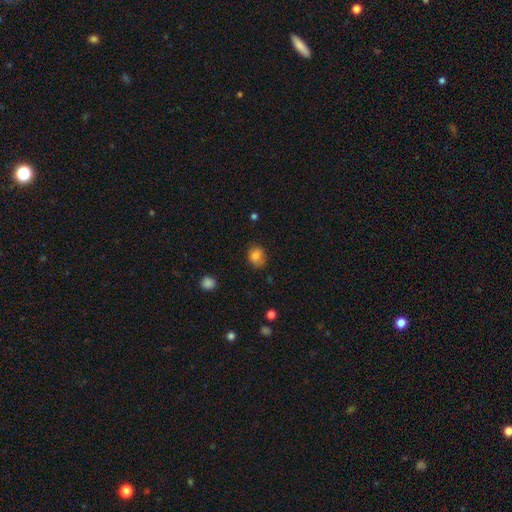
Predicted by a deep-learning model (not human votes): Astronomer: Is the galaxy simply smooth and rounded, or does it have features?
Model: smooth — 81%.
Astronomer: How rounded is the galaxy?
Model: round — 56% (runner-up: in between, 43%).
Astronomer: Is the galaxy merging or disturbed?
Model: none — 70%.